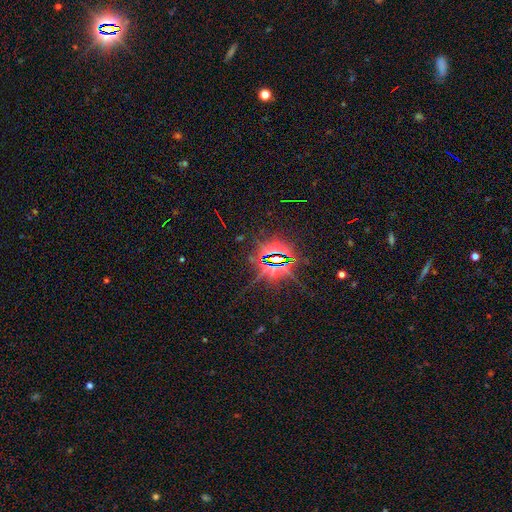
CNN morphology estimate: Overall: star or artifact (85%).